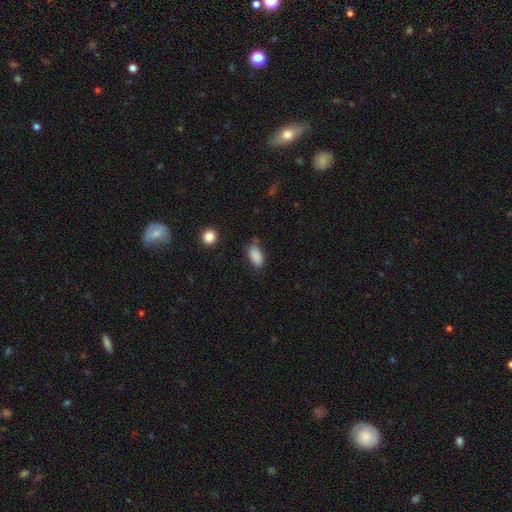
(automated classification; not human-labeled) smooth-or-featured: smooth: 87% | star or artifact: 8% | featured or disk: 5%
  how-rounded: in between: 91% | cigar-shaped: 5% | round: 4%
  merging: none: 68% | minor disturbance: 23% | major disturbance: 5% | merger: 4%